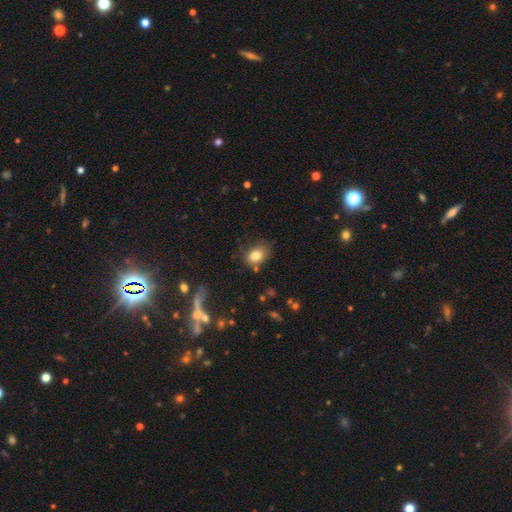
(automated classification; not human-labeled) Smooth or featured?
  - smooth: 80% *
  - star or artifact: 10%
  - featured or disk: 9%
How rounded?
  - in between: 67% *
  - round: 32%
  - cigar-shaped: 1%
Merging?
  - none: 73% *
  - minor disturbance: 18%
  - major disturbance: 5%
  - merger: 5%